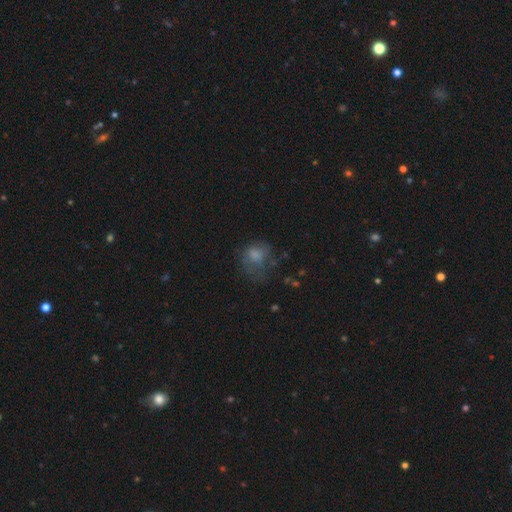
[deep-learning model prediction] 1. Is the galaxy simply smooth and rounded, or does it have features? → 64% smooth, 23% featured or disk, 14% star or artifact.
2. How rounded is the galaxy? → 52% round, 47% in between, 1% cigar-shaped.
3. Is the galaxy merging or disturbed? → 36% none (tied), 36% major disturbance (tied), 24% minor disturbance, 4% merger.